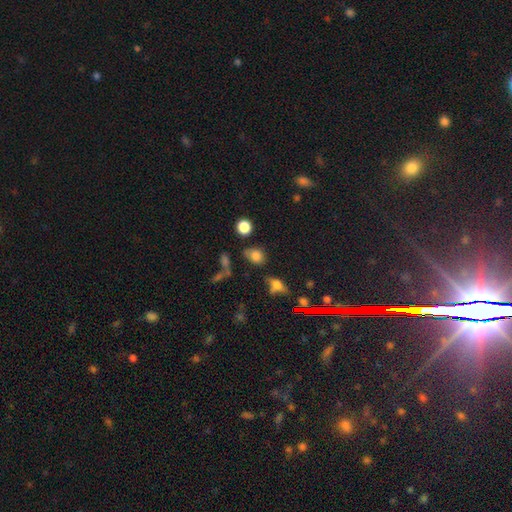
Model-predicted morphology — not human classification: The model was most divided on "how rounded": round: 51%, in between: 47%, cigar-shaped: 2%. More confident: smooth or featured — smooth (78%); merging — none (71%).